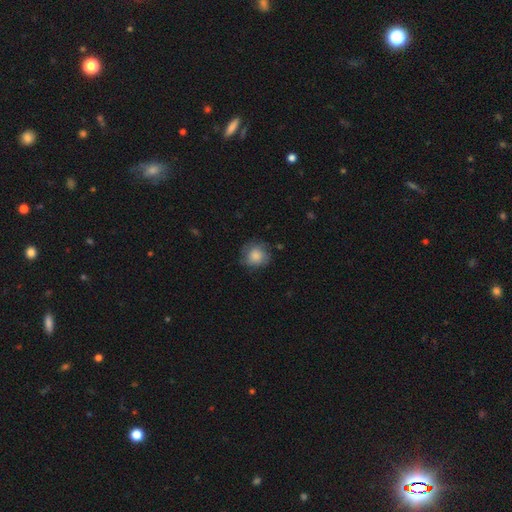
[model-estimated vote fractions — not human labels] smooth 75%, featured or disk 17%, star or artifact 8%. Down the decision tree: how rounded — round (85%); merging — none (71%).